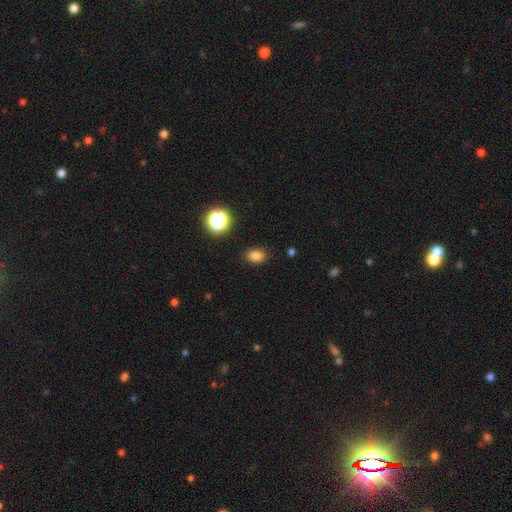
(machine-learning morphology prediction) Smooth or featured? smooth (81%)
How rounded? in between (74%)
Merging? none (86%)